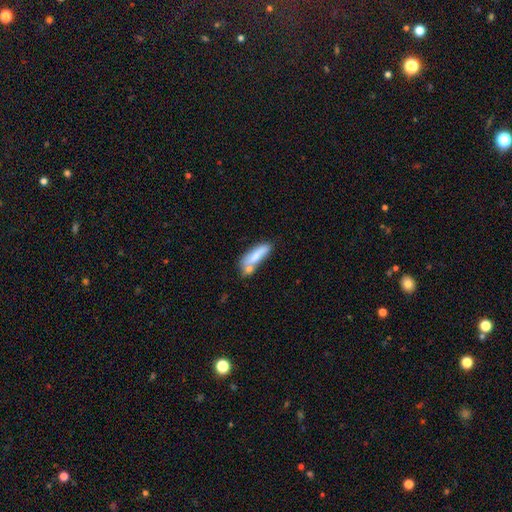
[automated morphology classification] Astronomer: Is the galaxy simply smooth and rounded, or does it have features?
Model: smooth — 71%.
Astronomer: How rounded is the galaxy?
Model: cigar-shaped — 57% (runner-up: in between, 41%).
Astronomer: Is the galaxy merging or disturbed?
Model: none — 40% (runner-up: merger, 32%).